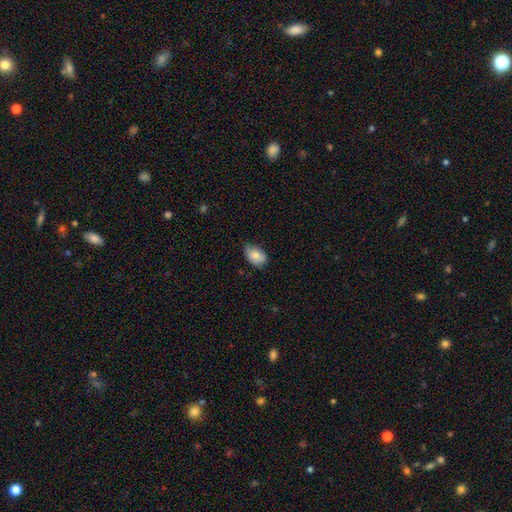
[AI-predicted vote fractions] Smooth or featured? smooth (81%)
How rounded? in between (85%)
Merging? none (62%)